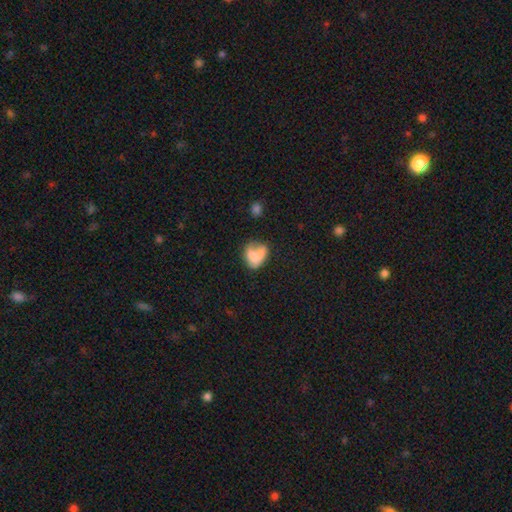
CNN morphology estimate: A smooth galaxy with no disk features (69%) that is in between round and cigar-shaped (69%).

Vote fractions:
- Smooth or featured? smooth: 69% / featured or disk: 21% / star or artifact: 10%
- How rounded? in between: 69% / round: 28% / cigar-shaped: 3%
- Merging? none: 32% / major disturbance: 25% / minor disturbance: 23% / merger: 20%